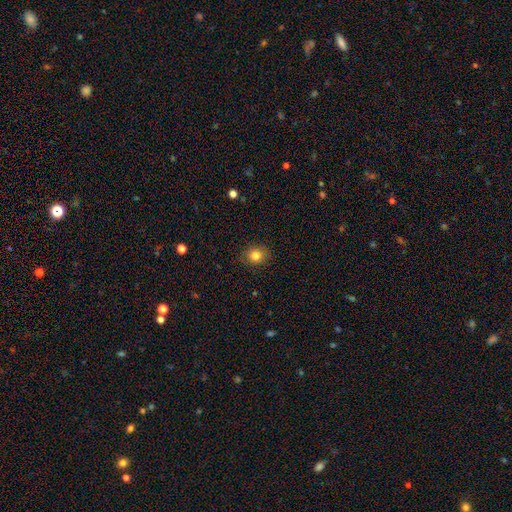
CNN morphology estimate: smooth_or_featured: smooth (p=0.82) [alt: star or artifact p=0.11]
how_rounded: round (p=0.72) [alt: in between p=0.28]
merging: none (p=0.86) [alt: minor disturbance p=0.10]